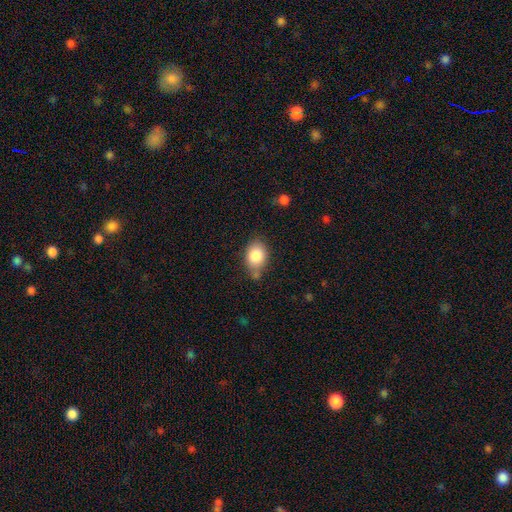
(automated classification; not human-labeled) A smooth galaxy with no disk features (84%) that is in between round and cigar-shaped (74%).

Vote fractions:
- Smooth or featured? smooth: 84% / star or artifact: 8% / featured or disk: 8%
- How rounded? in between: 74% / round: 25% / cigar-shaped: 1%
- Merging? none: 64% / minor disturbance: 23% / merger: 8% / major disturbance: 5%